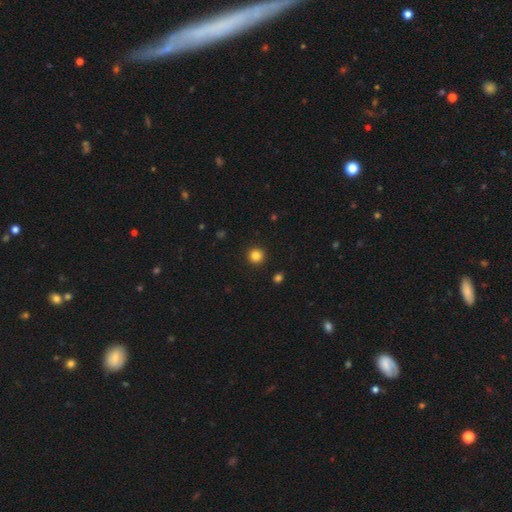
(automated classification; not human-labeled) This is clearly a smooth galaxy (84%). How rounded: clearly round (95%). Merging: clearly none (93%).